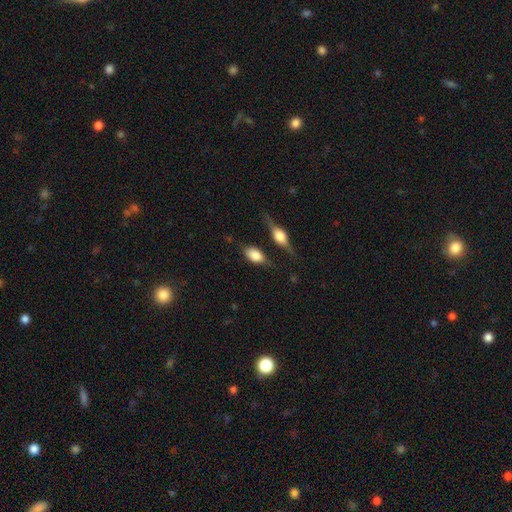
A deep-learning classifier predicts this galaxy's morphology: Smooth or featured? smooth (74%)
How rounded? in between (87%)
Merging? none (65%)